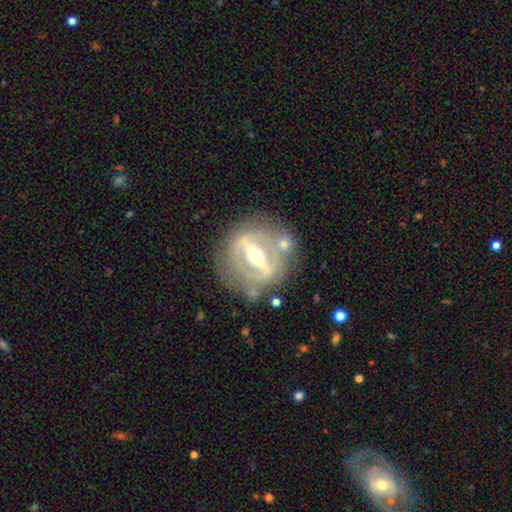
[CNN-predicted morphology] This is clearly a featured or disk galaxy (82%). It is likely not viewed edge-on (80%). Bar: likely strong (79%). Spiral arm pattern: likely no (63%). Central bulge: likely moderate (73%). Merging: likely none (71%).